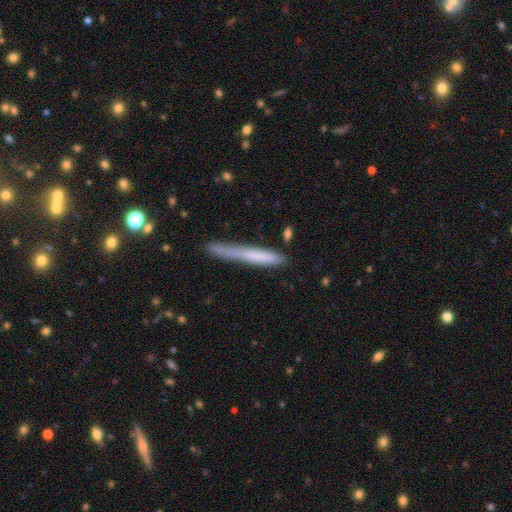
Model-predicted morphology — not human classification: This appears to be a smooth galaxy with no disk features (66%) that is cigar-shaped (96%). Merging: none (69%).